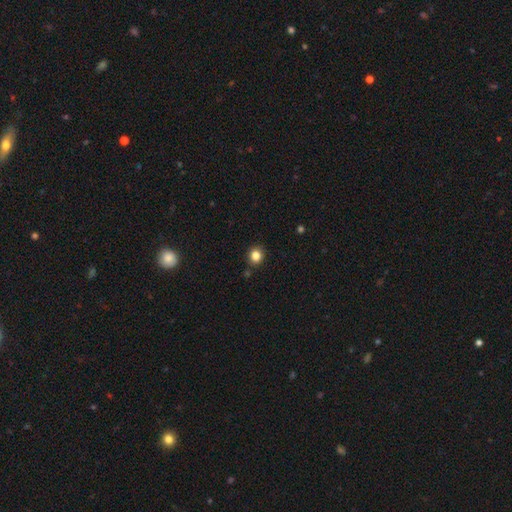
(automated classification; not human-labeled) This appears to be a smooth galaxy with no disk features (84%) that is round (81%). Merging: none (87%).